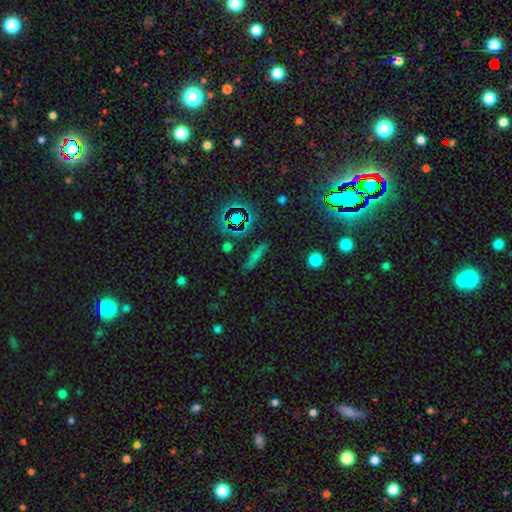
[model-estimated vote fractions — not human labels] Q: Smooth or featured?
A: smooth (58%); runner-up: star or artifact (23%)
Q: How rounded?
A: cigar-shaped (78%); runner-up: in between (13%)
Q: Merging?
A: none (83%); runner-up: minor disturbance (11%)